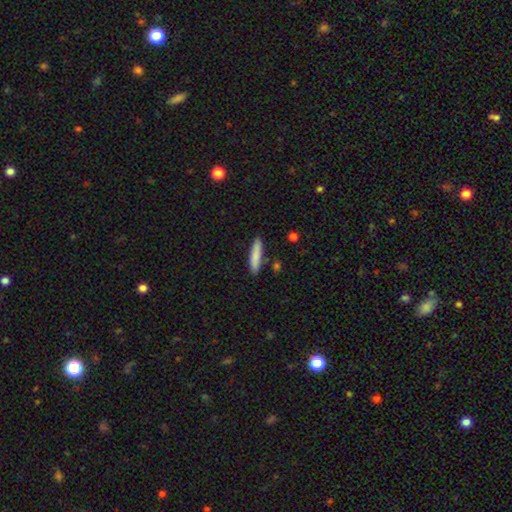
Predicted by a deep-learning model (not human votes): Morphology: type=smooth (83%); roundness=cigar-shaped (84%); merging=none (85%).